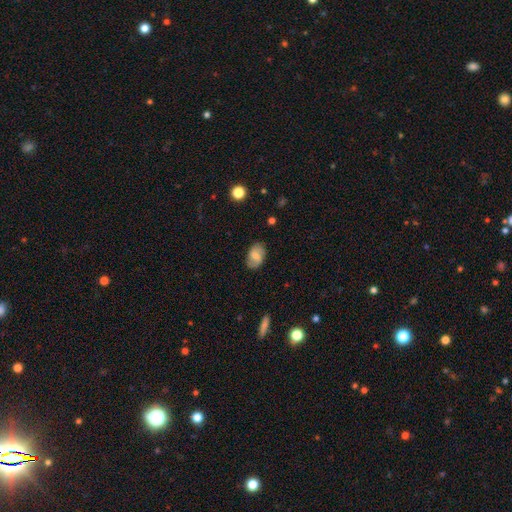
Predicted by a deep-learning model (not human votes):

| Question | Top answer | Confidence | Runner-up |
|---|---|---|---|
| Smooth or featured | smooth | 51% | featured or disk (40%) |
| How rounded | in between | 87% | round (12%) |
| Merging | none | 80% | minor disturbance (15%) |